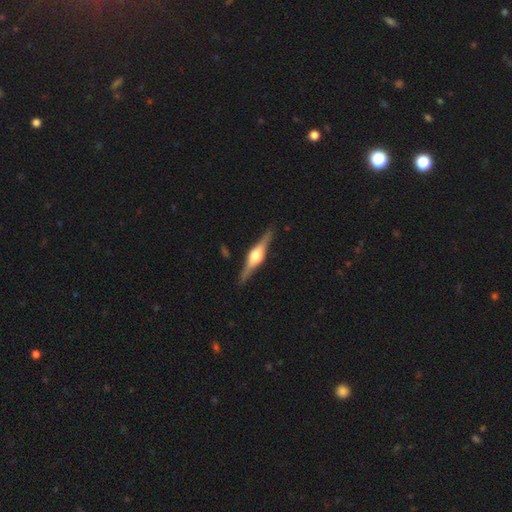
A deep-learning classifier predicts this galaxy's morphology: Smooth or featured?
  - featured or disk: 81% *
  - smooth: 14%
  - star or artifact: 5%
Edge-on disk?
  - yes: 98% *
  - no: 2%
Edge-on bulge?
  - rounded: 92% *
  - boxy: 7%
  - none: 2%
Merging?
  - none: 89% *
  - minor disturbance: 8%
  - major disturbance: 2%
  - merger: 1%